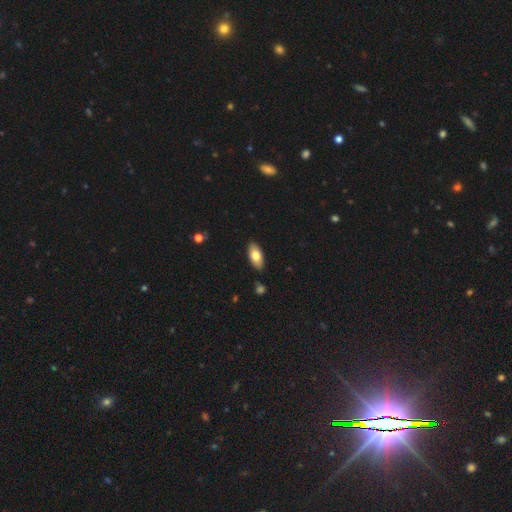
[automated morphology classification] A smooth galaxy with no disk features (77%) that is in between round and cigar-shaped (90%).

Vote fractions:
- Smooth or featured? smooth: 77% / featured or disk: 17% / star or artifact: 6%
- How rounded? in between: 90% / cigar-shaped: 8% / round: 2%
- Merging? none: 86% / minor disturbance: 10% / merger: 2% / major disturbance: 2%